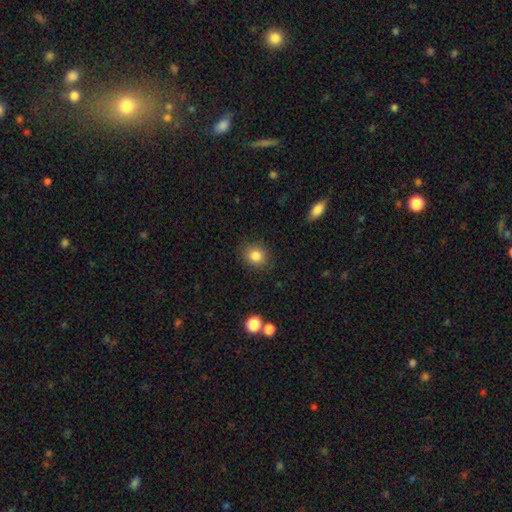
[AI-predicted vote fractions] Morphology: type=smooth (83%); roundness=round (79%); merging=none (87%).